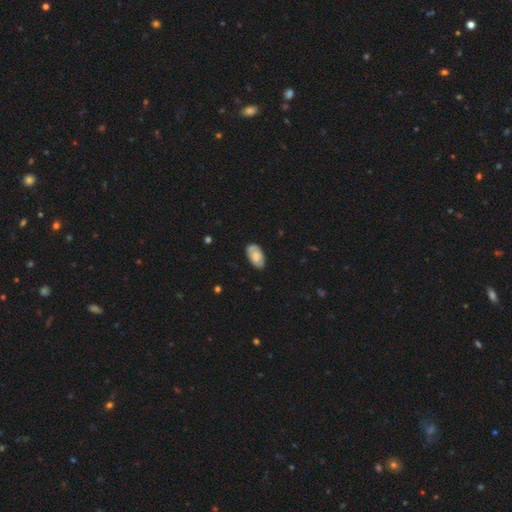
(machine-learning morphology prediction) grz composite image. It shows a smooth galaxy with no disk features (68%) that is in between round and cigar-shaped (94%). Merging: none (72%).